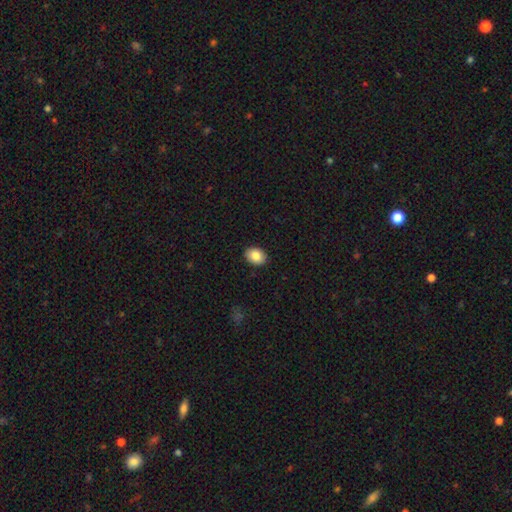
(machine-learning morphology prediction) Smooth or featured? smooth (86%)
How rounded? in between (71%)
Merging? none (90%)